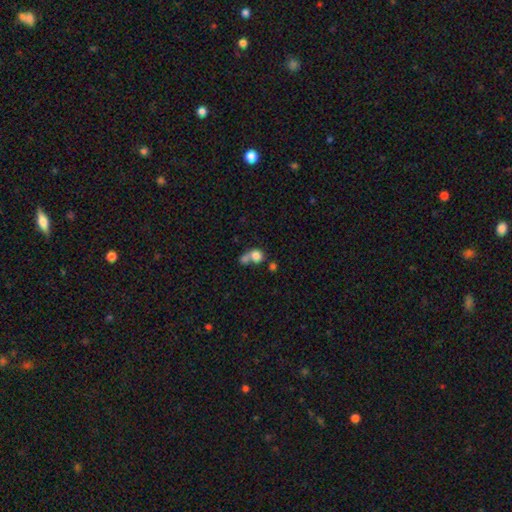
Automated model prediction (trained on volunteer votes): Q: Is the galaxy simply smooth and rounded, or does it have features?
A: smooth — 78%.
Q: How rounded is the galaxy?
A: round — 76%.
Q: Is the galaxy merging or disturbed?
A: merger — 57%.